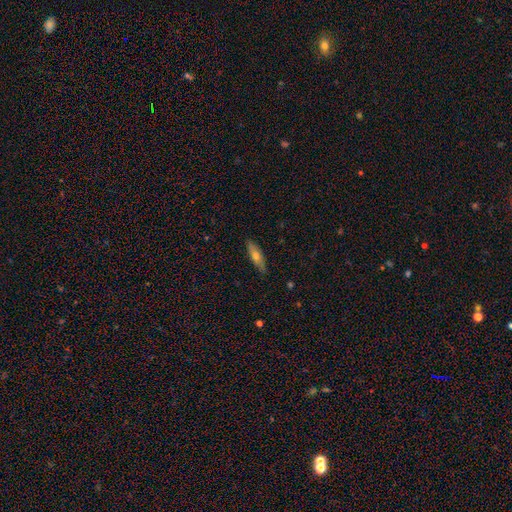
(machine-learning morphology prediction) Smooth or featured: smooth — 56% (featured or disk — 38%)
How rounded: cigar-shaped — 63% (in between — 34%)
Merging: none — 87% (minor disturbance — 11%)